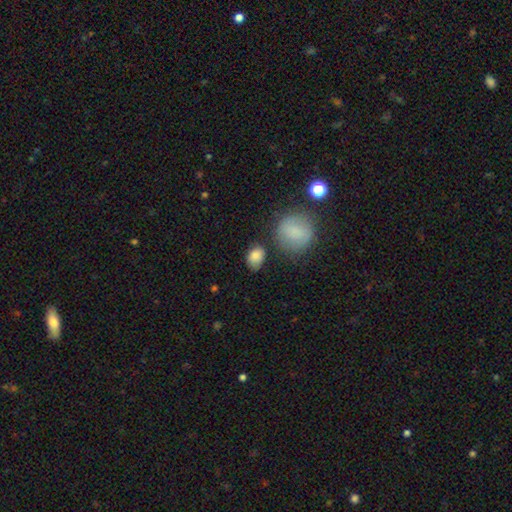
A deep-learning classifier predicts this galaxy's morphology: smooth_or_featured: smooth (p=0.85) [alt: star or artifact p=0.08]
how_rounded: in between (p=0.69) [alt: round p=0.30]
merging: none (p=0.68) [alt: minor disturbance p=0.19]